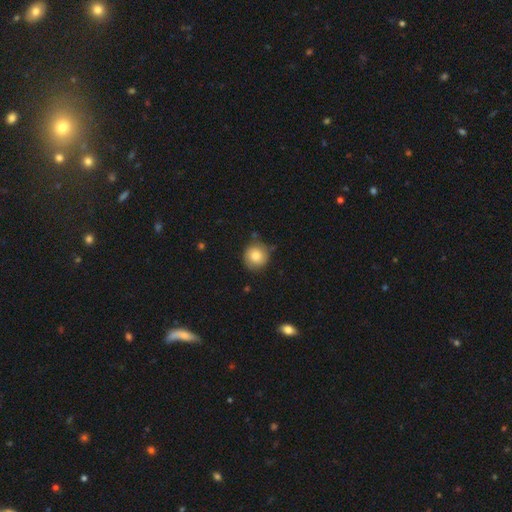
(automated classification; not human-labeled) Morphology: type=smooth (82%); roundness=round (91%); merging=none (74%).